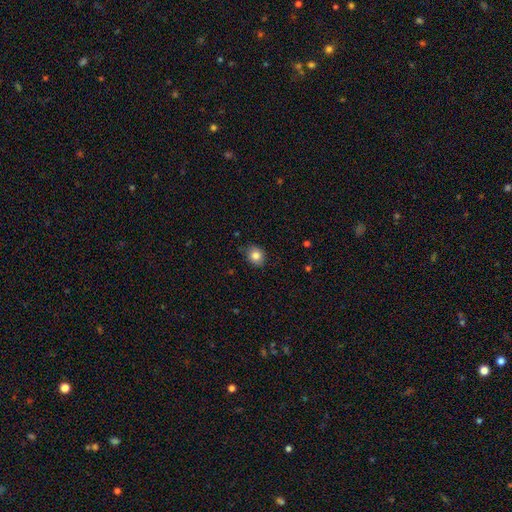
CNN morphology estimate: type=smooth (83%); roundness=round (68%); merging=none (81%).